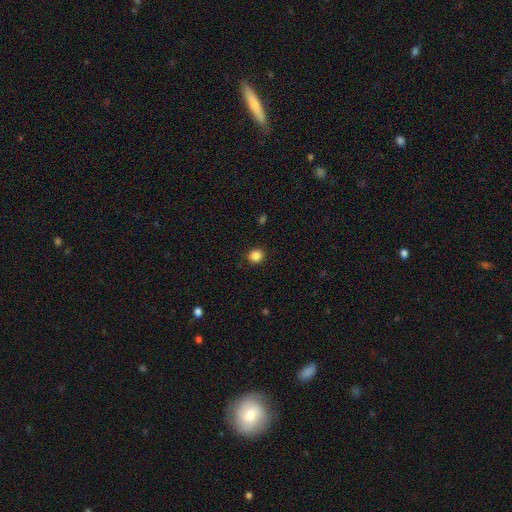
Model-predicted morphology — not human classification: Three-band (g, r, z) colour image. It shows a smooth galaxy with no disk features (86%) that is round (88%). Merging: none (90%).